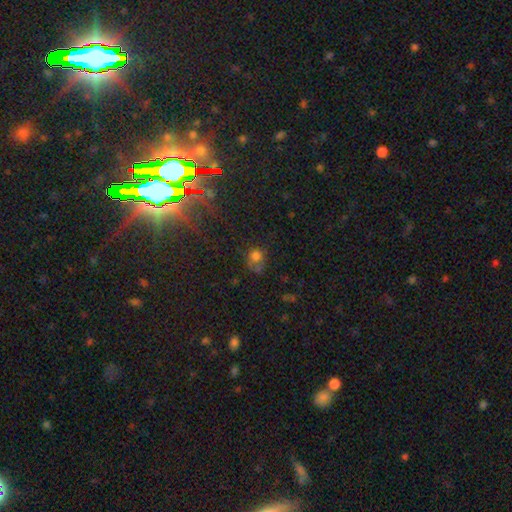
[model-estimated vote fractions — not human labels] This is likely a smooth galaxy (68%). How rounded: likely round (74%). Merging: possibly none (50%).